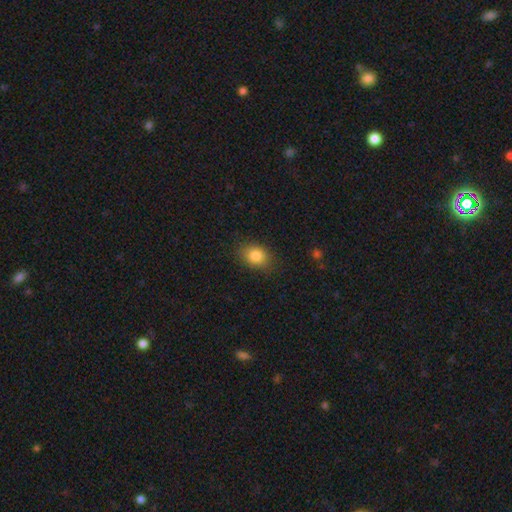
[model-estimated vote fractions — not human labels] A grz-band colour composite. It shows a smooth galaxy with no disk features (84%) that is in between round and cigar-shaped (61%). Merging: none (83%).